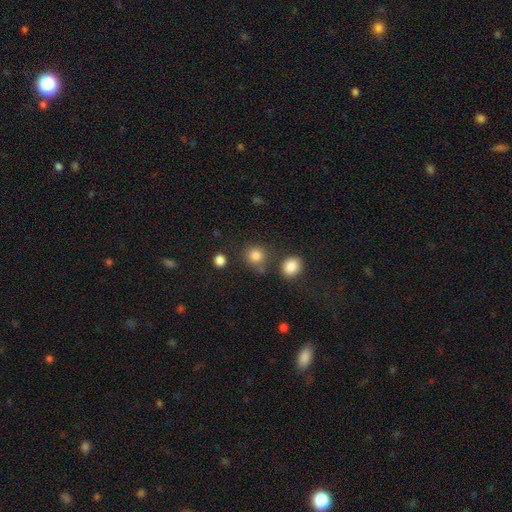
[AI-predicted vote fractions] Smooth or featured? Predicted: smooth (p=0.83). How rounded? Predicted: round (p=0.87). Merging? Predicted: none (p=0.74).